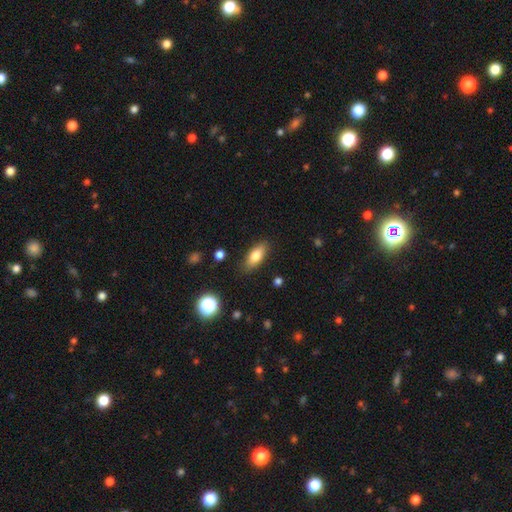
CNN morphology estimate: A smooth galaxy with no disk features (78%) that is in between round and cigar-shaped (77%).

Vote fractions:
- Smooth or featured? smooth: 78% / featured or disk: 15% / star or artifact: 8%
- How rounded? in between: 77% / cigar-shaped: 19% / round: 4%
- Merging? none: 85% / minor disturbance: 11% / major disturbance: 3% / merger: 1%